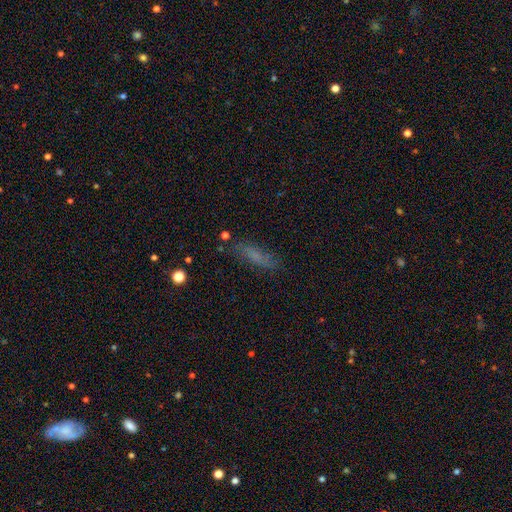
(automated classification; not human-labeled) Smooth or featured: smooth — 60% (featured or disk — 26%)
How rounded: cigar-shaped — 64% (in between — 33%)
Merging: none — 75% (minor disturbance — 17%)